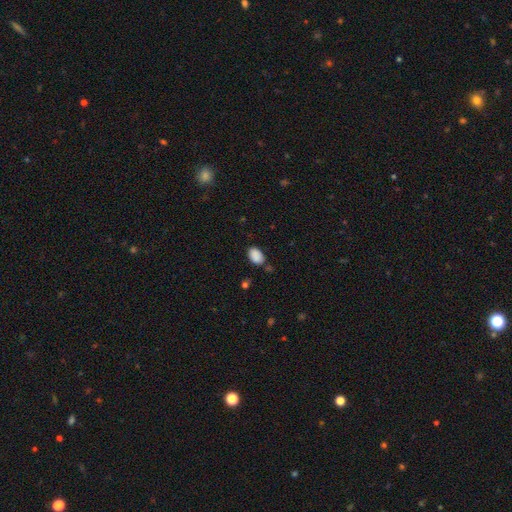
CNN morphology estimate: A smooth galaxy with no disk features (88%) that is in between round and cigar-shaped (90%).

Vote fractions:
- Smooth or featured? smooth: 88% / star or artifact: 8% / featured or disk: 4%
- How rounded? in between: 90% / round: 9% / cigar-shaped: 1%
- Merging? none: 74% / minor disturbance: 18% / merger: 4% / major disturbance: 4%